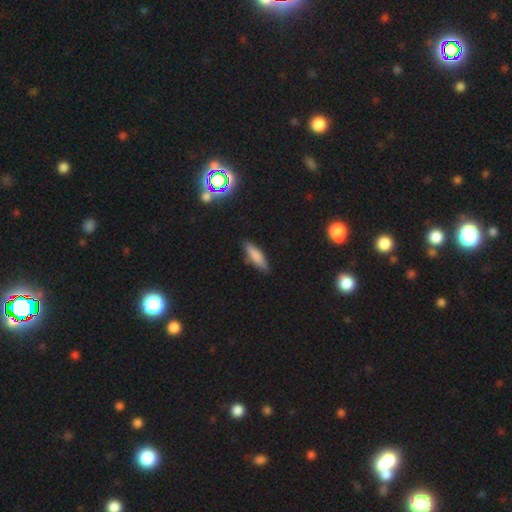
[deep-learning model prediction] The model was most divided on "how rounded": cigar-shaped: 64%, in between: 34%, round: 2%. More confident: merging — none (83%); smooth or featured — smooth (74%).